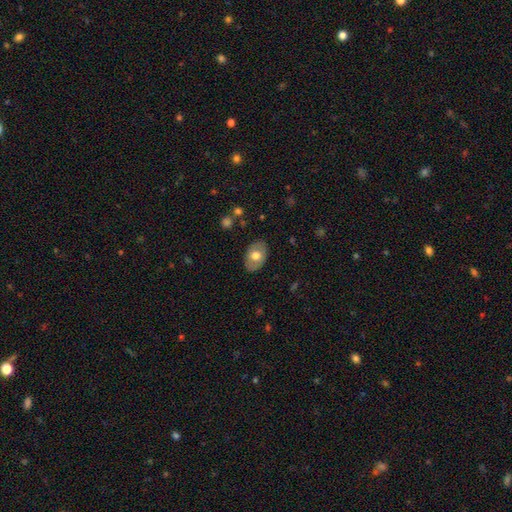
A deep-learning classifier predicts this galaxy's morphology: smooth-or-featured: smooth: 61% | featured or disk: 33% | star or artifact: 6%
  how-rounded: in between: 83% | round: 15% | cigar-shaped: 1%
  merging: none: 84% | minor disturbance: 12% | major disturbance: 3% | merger: 1%